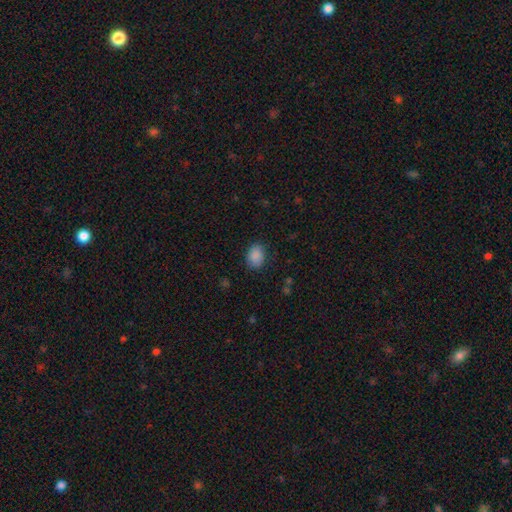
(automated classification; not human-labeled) Smooth or featured?
  - smooth: 88% *
  - star or artifact: 8%
  - featured or disk: 4%
How rounded?
  - in between: 69% *
  - round: 30%
  - cigar-shaped: 1%
Merging?
  - none: 82% *
  - minor disturbance: 13%
  - major disturbance: 3%
  - merger: 1%